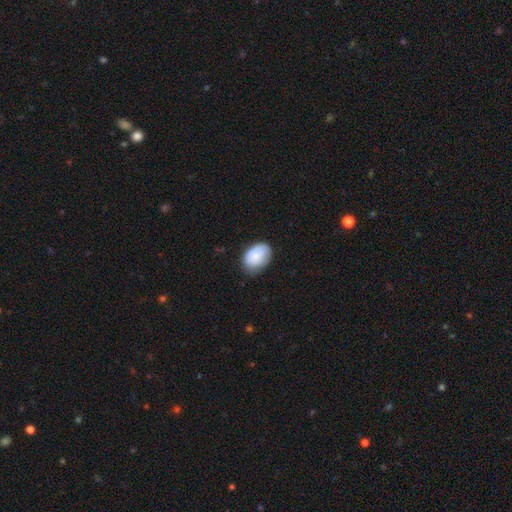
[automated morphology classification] Q: Smooth or featured?
A: smooth (84%); runner-up: featured or disk (10%)
Q: How rounded?
A: in between (83%); runner-up: round (16%)
Q: Merging?
A: none (67%); runner-up: minor disturbance (27%)